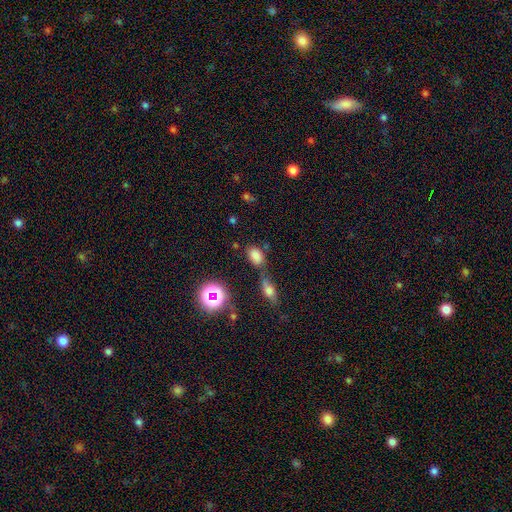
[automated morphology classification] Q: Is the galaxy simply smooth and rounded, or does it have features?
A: smooth — 74%.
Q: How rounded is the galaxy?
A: in between — 82%.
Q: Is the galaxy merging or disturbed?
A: none — 58%.